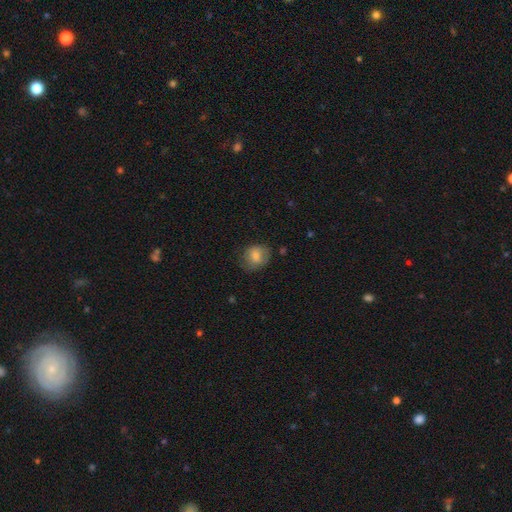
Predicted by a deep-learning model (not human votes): Q: Smooth or featured?
A: smooth (76%); runner-up: featured or disk (16%)
Q: How rounded?
A: round (56%); runner-up: in between (43%)
Q: Merging?
A: none (64%); runner-up: minor disturbance (24%)